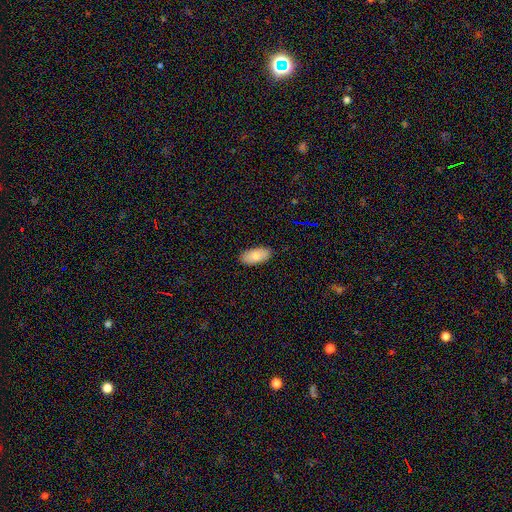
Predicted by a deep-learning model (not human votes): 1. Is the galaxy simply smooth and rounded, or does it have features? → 84% smooth, 10% featured or disk, 7% star or artifact.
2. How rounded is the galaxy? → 93% in between, 5% cigar-shaped, 2% round.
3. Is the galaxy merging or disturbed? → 87% none, 10% minor disturbance, 2% major disturbance, 1% merger.